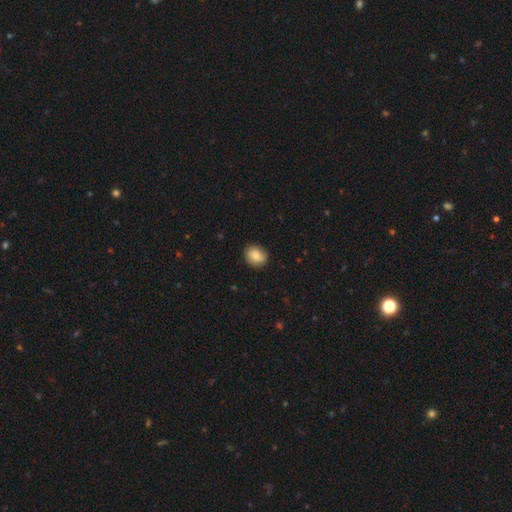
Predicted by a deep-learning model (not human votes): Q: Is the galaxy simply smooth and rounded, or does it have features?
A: smooth — 82%.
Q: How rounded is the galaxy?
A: round — 56%.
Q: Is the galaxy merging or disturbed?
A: none — 83%.